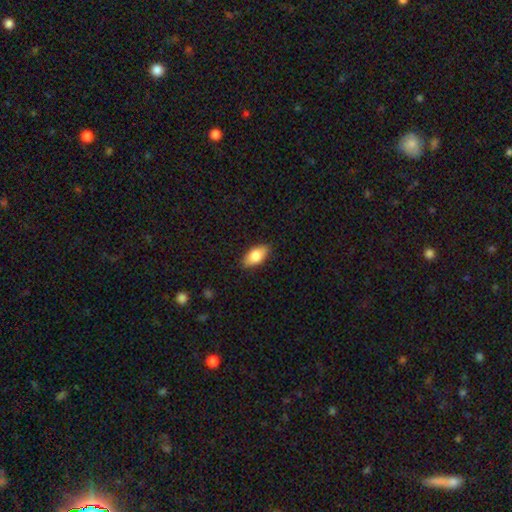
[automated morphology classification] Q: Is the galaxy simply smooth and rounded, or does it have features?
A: smooth — 81%.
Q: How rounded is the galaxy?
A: in between — 91%.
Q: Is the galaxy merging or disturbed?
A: none — 87%.